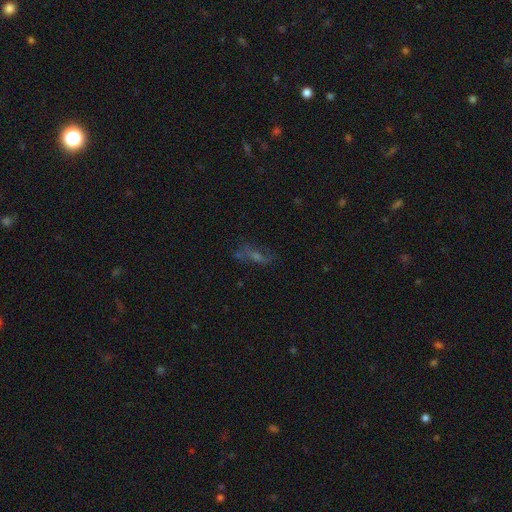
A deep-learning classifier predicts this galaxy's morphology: smooth-or-featured: featured or disk: 36% | star or artifact: 33% | smooth: 31%
  merging: none: 56% | minor disturbance: 19% | major disturbance: 17% | merger: 8%